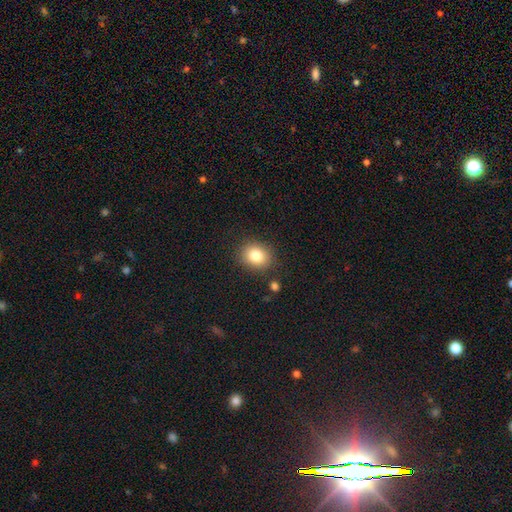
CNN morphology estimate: type=smooth (83%); roundness=round (59%); merging=none (85%).